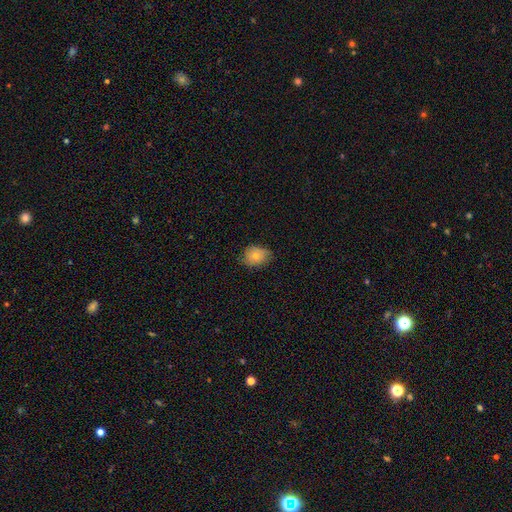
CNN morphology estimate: Smooth or featured? Predicted: smooth (p=0.75). How rounded? Predicted: in between (p=0.53). Merging? Predicted: none (p=0.69).